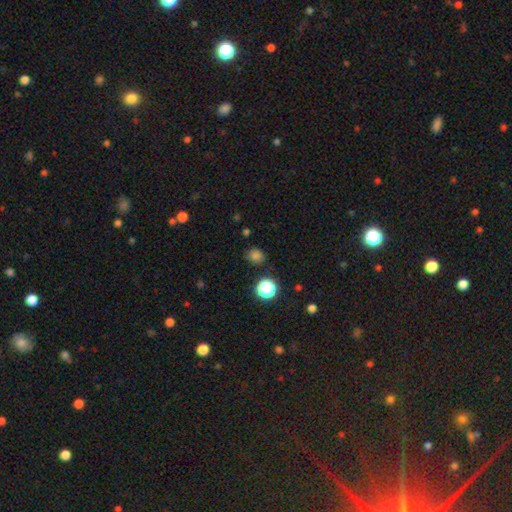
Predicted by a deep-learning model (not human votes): Morphology: type=smooth (70%); roundness=round (78%); merging=none (85%).